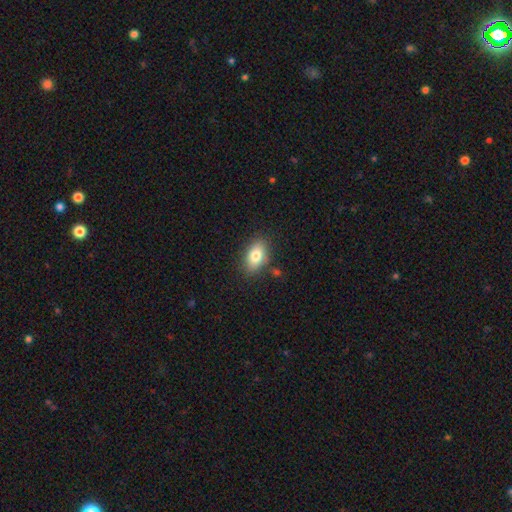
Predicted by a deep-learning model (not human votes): Overall: smooth (80%). How rounded: in between (88%). Merging: none (82%).